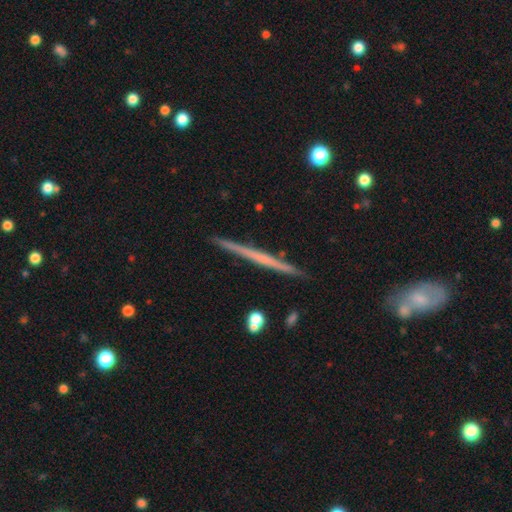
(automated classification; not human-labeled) This appears to be a featured or disk galaxy (66%) viewed edge-on (98%) with no central bulge (77%). Merging: none (91%).